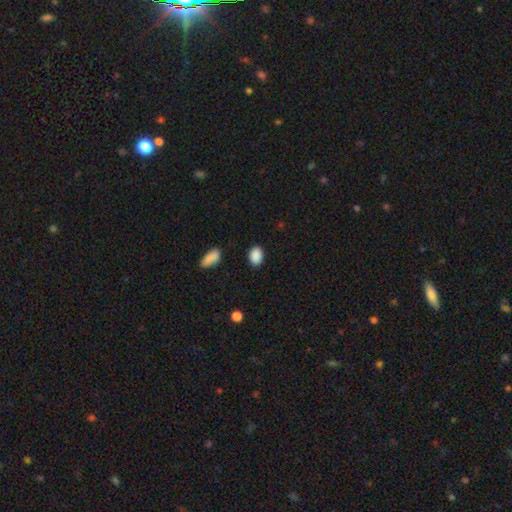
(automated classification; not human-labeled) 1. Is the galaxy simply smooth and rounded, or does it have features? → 89% smooth, 8% star or artifact, 3% featured or disk.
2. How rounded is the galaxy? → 77% in between, 22% round, 1% cigar-shaped.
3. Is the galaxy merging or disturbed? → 87% none, 9% minor disturbance, 2% major disturbance, 2% merger.